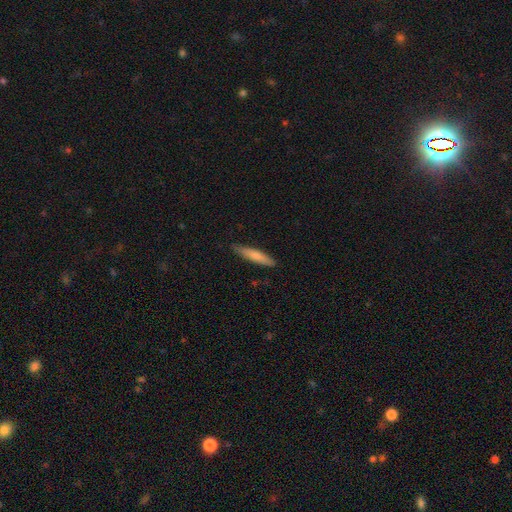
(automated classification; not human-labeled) Q: Smooth or featured?
A: smooth (76%); runner-up: featured or disk (19%)
Q: How rounded?
A: cigar-shaped (89%); runner-up: in between (10%)
Q: Merging?
A: none (86%); runner-up: minor disturbance (11%)